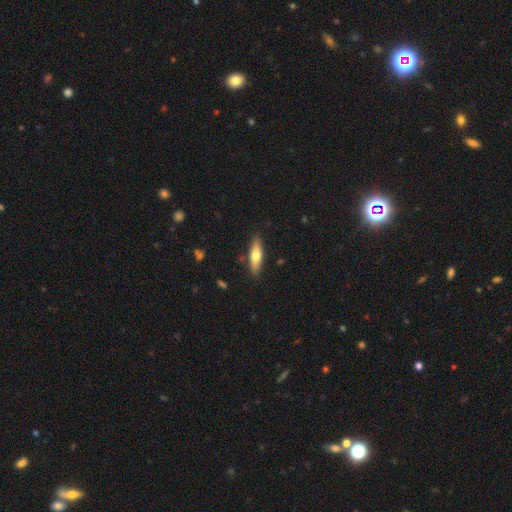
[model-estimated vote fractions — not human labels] Smooth or featured? Predicted: smooth (p=0.62). How rounded? Predicted: cigar-shaped (p=0.58). Merging? Predicted: none (p=0.85).